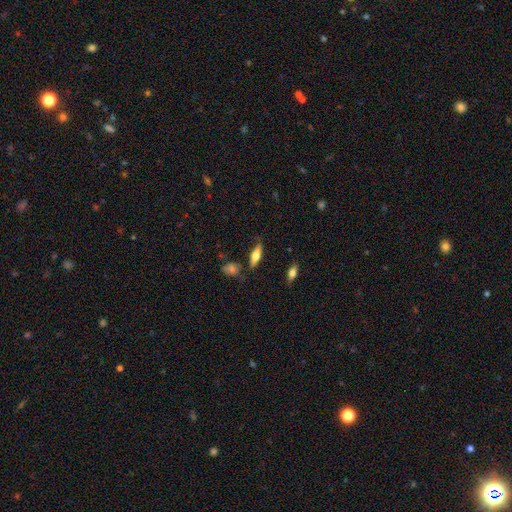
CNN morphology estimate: Smooth or featured?
  - smooth: 55% *
  - featured or disk: 38%
  - star or artifact: 7%
How rounded?
  - in between: 59% *
  - cigar-shaped: 38%
  - round: 3%
Merging?
  - none: 76% *
  - minor disturbance: 15%
  - merger: 4%
  - major disturbance: 4%